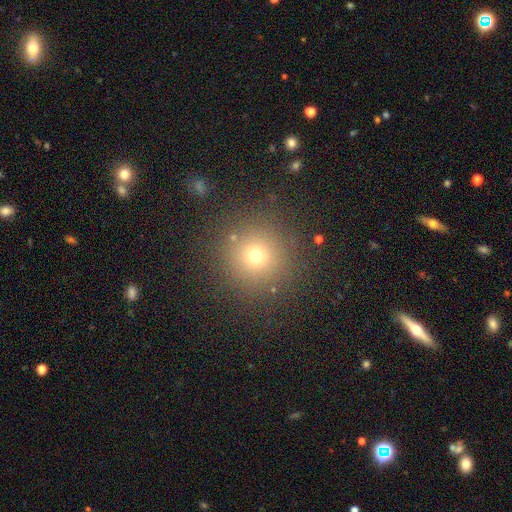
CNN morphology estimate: smooth 70%, star or artifact 21%, featured or disk 9%. Down the decision tree: how rounded — round (95%); merging — none (86%).